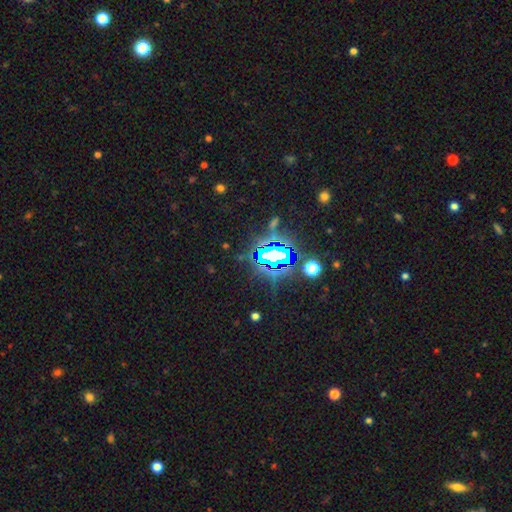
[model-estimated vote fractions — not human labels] Overall: star or artifact (78%).